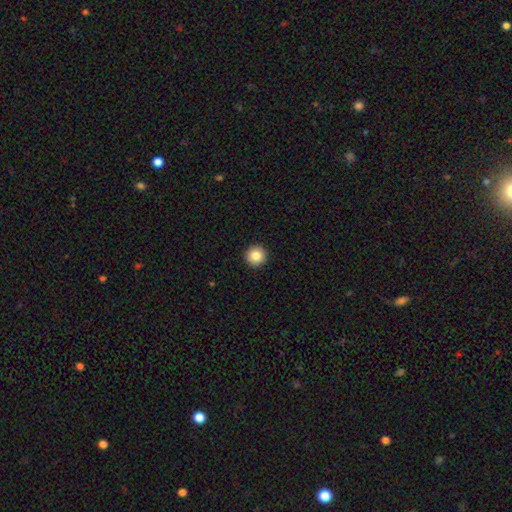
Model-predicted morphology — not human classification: Q: Smooth or featured?
A: smooth (84%); runner-up: star or artifact (10%)
Q: How rounded?
A: round (96%); runner-up: in between (3%)
Q: Merging?
A: none (94%); runner-up: minor disturbance (4%)